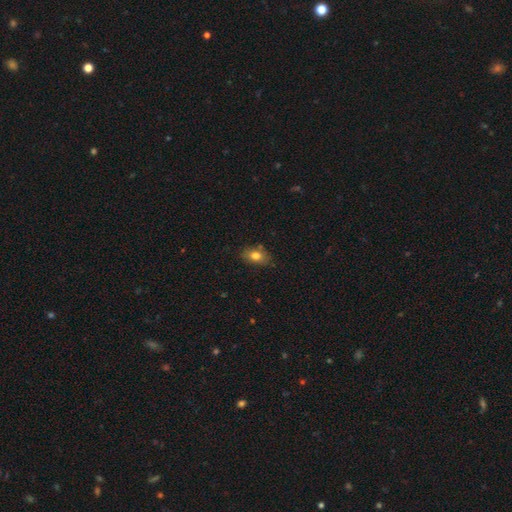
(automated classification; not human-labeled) Smooth or featured? smooth (79%)
How rounded? in between (81%)
Merging? none (76%)